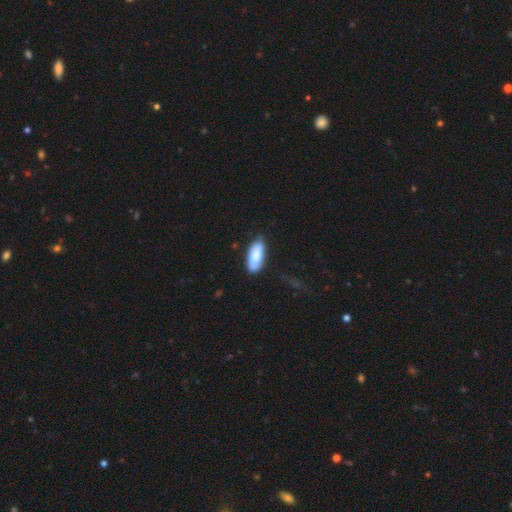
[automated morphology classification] Smooth or featured: smooth — 81% (featured or disk — 13%)
How rounded: in between — 84% (cigar-shaped — 15%)
Merging: none — 66% (minor disturbance — 26%)